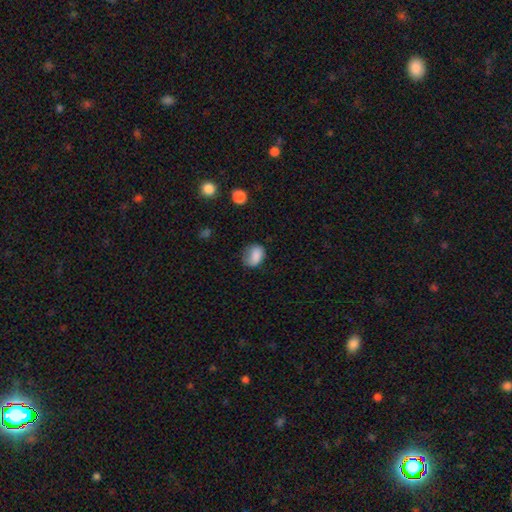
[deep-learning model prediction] Smooth or featured? smooth (81%)
How rounded? in between (61%)
Merging? none (50%)